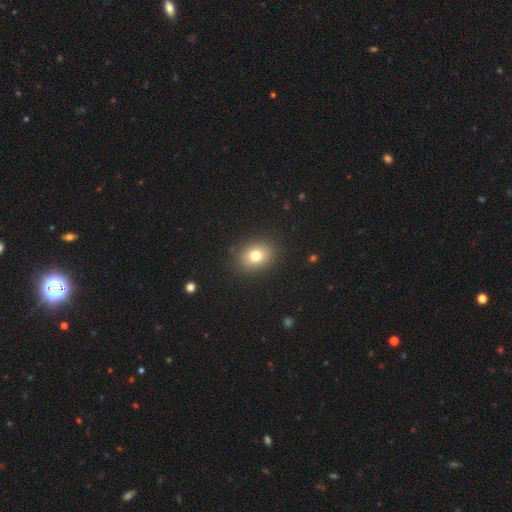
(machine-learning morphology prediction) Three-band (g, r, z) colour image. It shows a smooth galaxy with no disk features (77%) that is in between round and cigar-shaped (51%). Merging: none (88%).